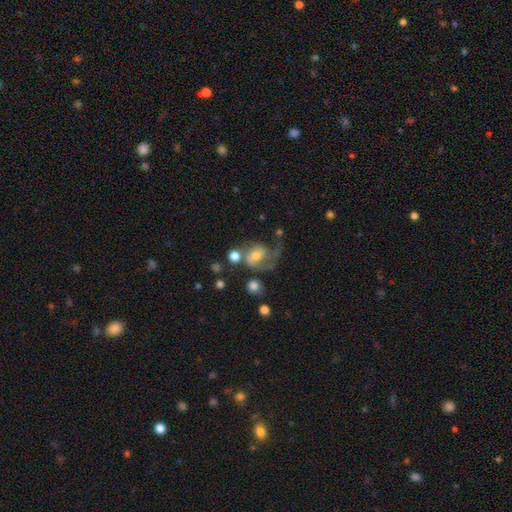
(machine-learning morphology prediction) This is likely a featured or disk galaxy (67%). It is clearly not viewed edge-on (97%). Bar: possibly no (56%). Spiral arm pattern: clearly yes (86%). Spiral arm count: possibly 1 (53%). Spiral winding: marginally medium (41%). Central bulge: possibly moderate (52%). Merging: marginally major disturbance (37%).